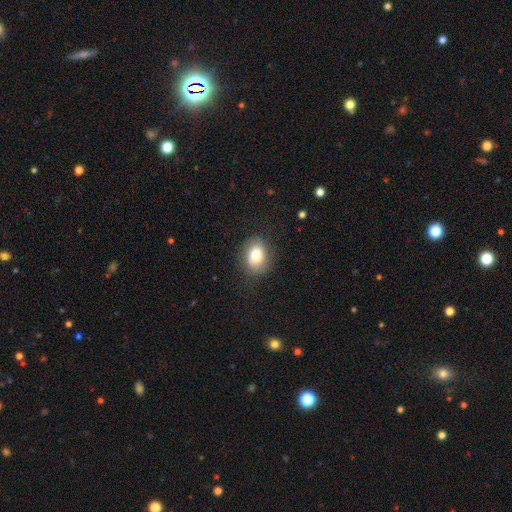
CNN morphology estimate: The model was most divided on "how rounded": in between: 67%, round: 32%, cigar-shaped: 1%. More confident: merging — none (83%); smooth or featured — smooth (79%).